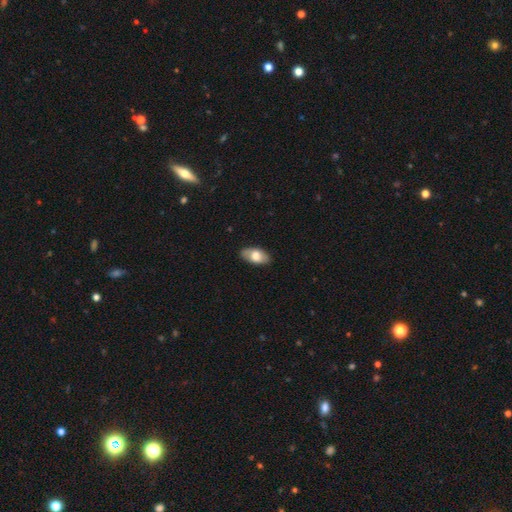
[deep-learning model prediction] Smooth or featured?
  - smooth: 72% *
  - featured or disk: 22%
  - star or artifact: 6%
How rounded?
  - in between: 93% *
  - round: 4%
  - cigar-shaped: 4%
Merging?
  - none: 84% *
  - minor disturbance: 12%
  - major disturbance: 2%
  - merger: 1%